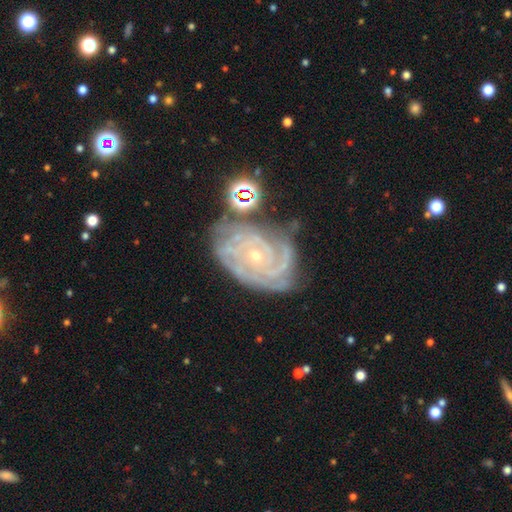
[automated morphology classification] Smooth or featured? Predicted: featured or disk (p=0.88). Edge-on disk? Predicted: no (p=0.97). Bar? Predicted: no (p=0.73). Spiral arms? Predicted: yes (p=0.98). Spiral winding? Predicted: tight (p=0.80). Spiral arm count? Predicted: 3 (p=0.28). Bulge size? Predicted: small (p=0.74). Merging? Predicted: none (p=0.62).